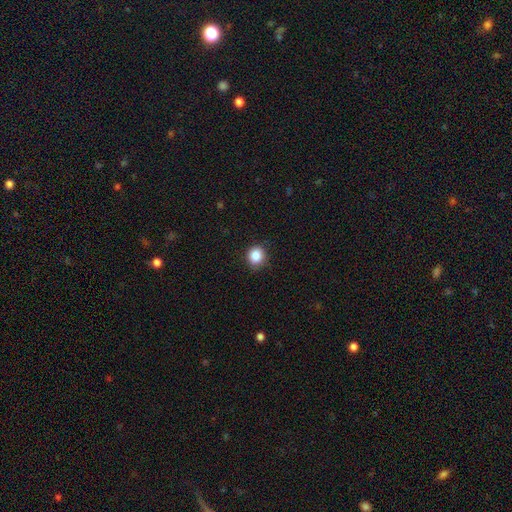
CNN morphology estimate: A smooth galaxy with no disk features (86%) that is round (83%). Merging: none (84%).